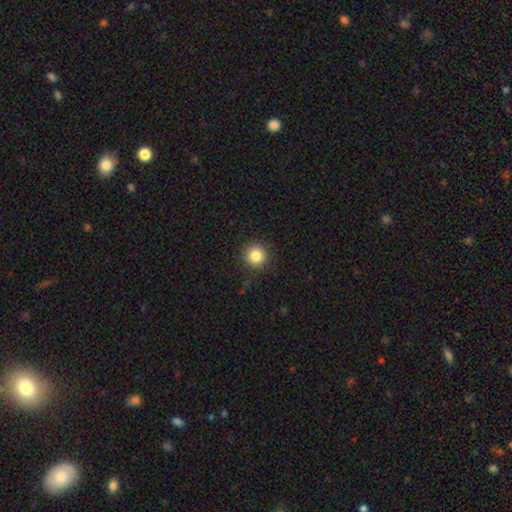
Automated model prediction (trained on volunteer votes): Smooth or featured?
  - smooth: 84% *
  - star or artifact: 11%
  - featured or disk: 5%
How rounded?
  - round: 95% *
  - in between: 4%
  - cigar-shaped: 1%
Merging?
  - none: 90% *
  - minor disturbance: 6%
  - major disturbance: 2%
  - merger: 1%